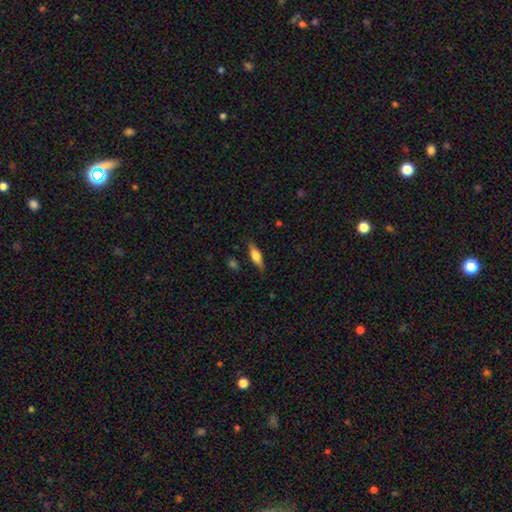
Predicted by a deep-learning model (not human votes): Smooth or featured?
  - smooth: 53% *
  - featured or disk: 41%
  - star or artifact: 7%
How rounded?
  - cigar-shaped: 49% *
  - in between: 48%
  - round: 3%
Merging?
  - none: 83% *
  - minor disturbance: 13%
  - major disturbance: 3%
  - merger: 1%